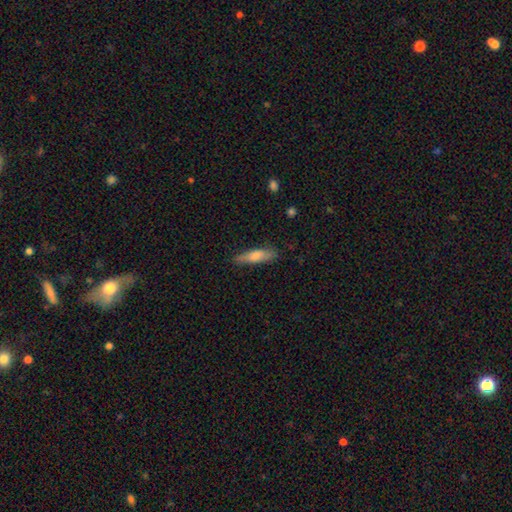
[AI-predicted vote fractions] smooth_or_featured: smooth (p=0.73) [alt: featured or disk p=0.21]
how_rounded: cigar-shaped (p=0.72) [alt: in between p=0.26]
merging: none (p=0.81) [alt: minor disturbance p=0.15]